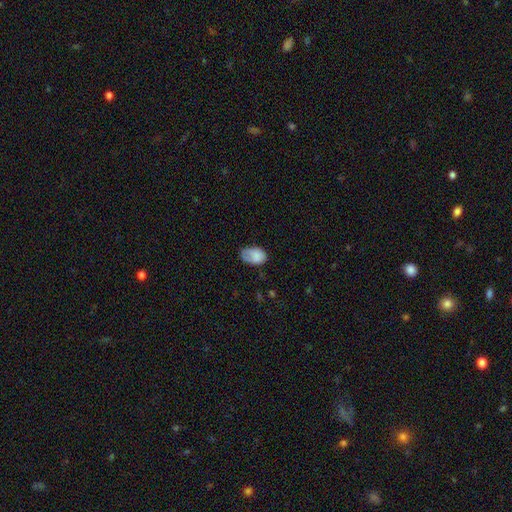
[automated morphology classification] A smooth galaxy with no disk features (80%) that is in between round and cigar-shaped (88%). Merging: none (51%).